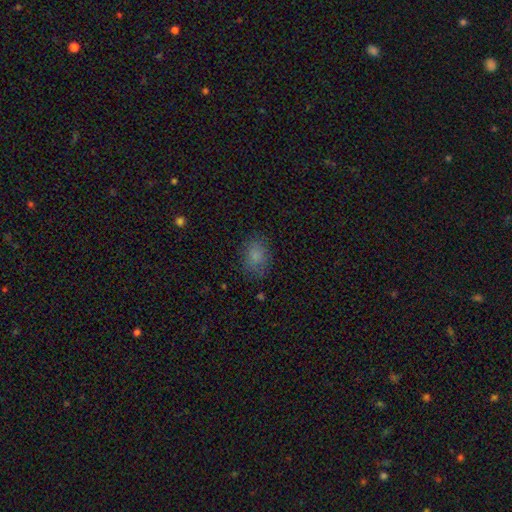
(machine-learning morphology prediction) Q: Smooth or featured?
A: smooth (82%); runner-up: star or artifact (11%)
Q: How rounded?
A: in between (65%); runner-up: round (34%)
Q: Merging?
A: none (79%); runner-up: minor disturbance (15%)